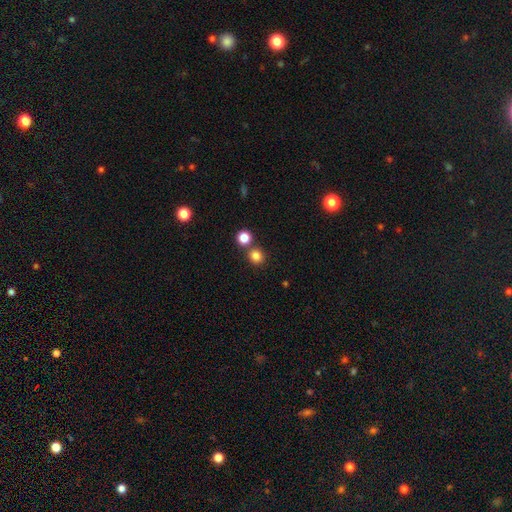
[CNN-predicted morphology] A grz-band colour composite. It shows a smooth galaxy with no disk features (82%) that is round (88%). Merging: none (74%).